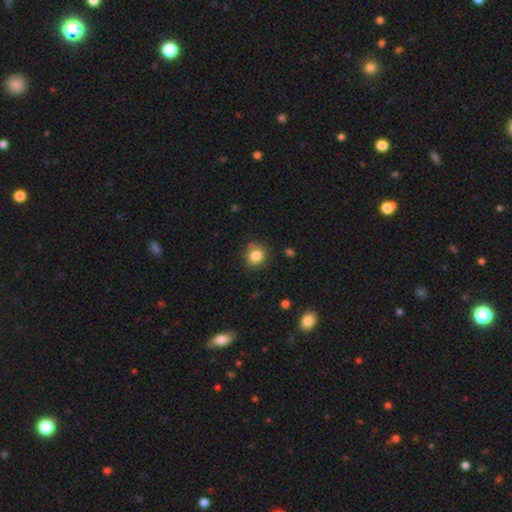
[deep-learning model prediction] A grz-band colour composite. It shows a smooth galaxy with no disk features (84%) that is round (78%). Merging: none (80%).